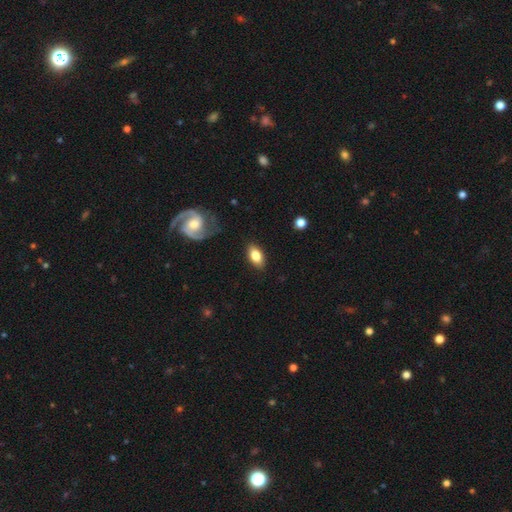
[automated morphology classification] type=smooth (77%); roundness=in between (90%); merging=none (85%).